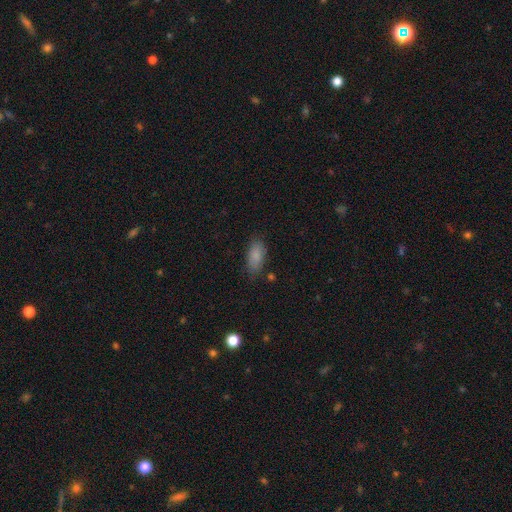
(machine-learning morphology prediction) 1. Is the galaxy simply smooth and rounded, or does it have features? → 85% smooth, 8% star or artifact, 7% featured or disk.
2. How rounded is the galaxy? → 88% in between, 10% cigar-shaped, 3% round.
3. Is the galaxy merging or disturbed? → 79% none, 15% minor disturbance, 4% major disturbance, 2% merger.